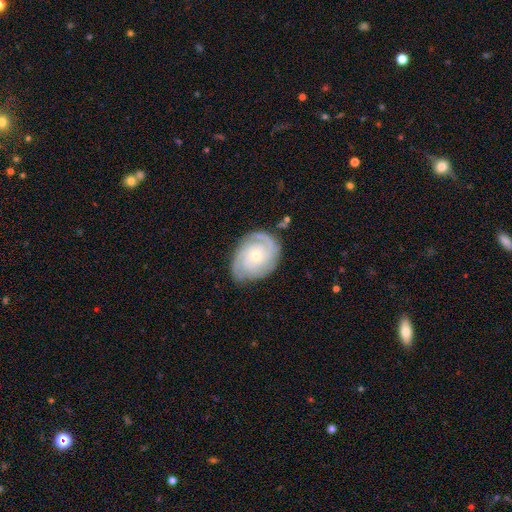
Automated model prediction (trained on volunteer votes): Smooth or featured: featured or disk — 87% (smooth — 9%)
Edge-on disk: no — 97% (yes — 3%)
Bar: no — 74% (weak — 21%)
Spiral arms: yes — 97% (no — 3%)
Spiral winding: tight — 69% (medium — 26%)
Spiral arm count: 3 — 37% (2 — 32%)
Bulge size: small — 64% (moderate — 33%)
Merging: none — 80% (minor disturbance — 15%)